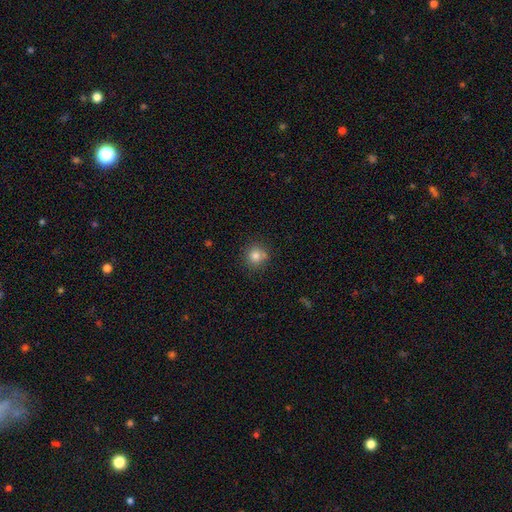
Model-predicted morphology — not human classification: Smooth or featured: smooth — 81% (star or artifact — 12%)
How rounded: round — 91% (in between — 8%)
Merging: none — 75% (minor disturbance — 12%)